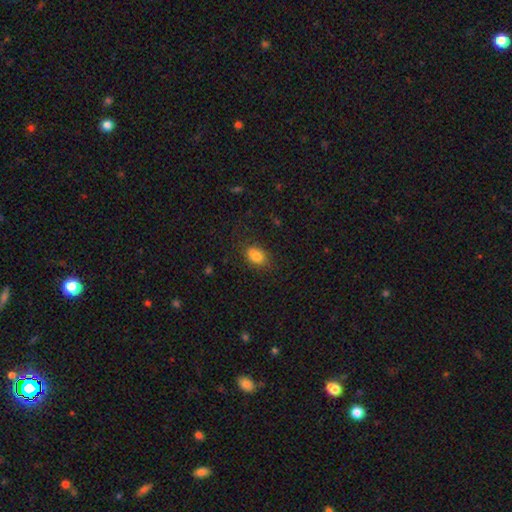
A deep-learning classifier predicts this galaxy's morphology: A smooth galaxy with no disk features (83%) that is in between round and cigar-shaped (84%). Merging: none (78%).